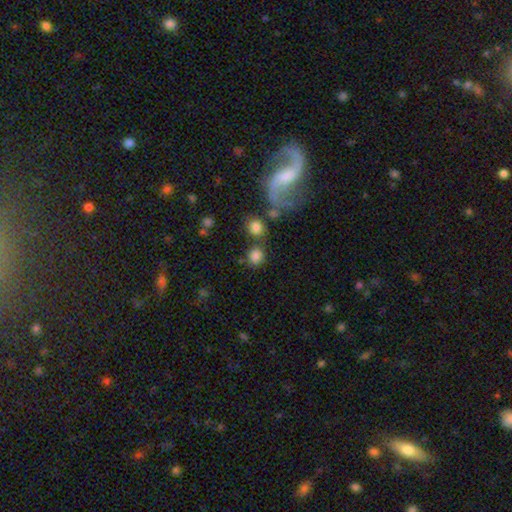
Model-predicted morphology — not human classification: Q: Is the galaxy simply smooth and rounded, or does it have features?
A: smooth — 80%.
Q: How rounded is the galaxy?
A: round — 84%.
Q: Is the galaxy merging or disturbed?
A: none — 63%.